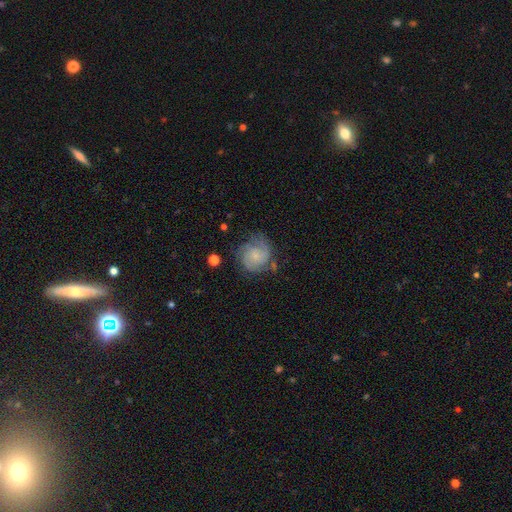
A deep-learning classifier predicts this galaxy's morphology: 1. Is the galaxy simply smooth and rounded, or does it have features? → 71% featured or disk, 22% smooth, 7% star or artifact.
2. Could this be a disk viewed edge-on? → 98% no, 2% yes.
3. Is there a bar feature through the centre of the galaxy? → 72% no, 25% weak, 3% strong.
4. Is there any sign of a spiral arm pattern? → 93% yes, 7% no.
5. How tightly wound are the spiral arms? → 50% tight, 38% medium, 12% loose.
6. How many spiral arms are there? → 37% 2, 25% 3, 22% can't tell, 6% 4, 5% 1, 4% more than 4.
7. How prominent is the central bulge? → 53% small, 25% none, 17% moderate, 3% large, 1% dominant.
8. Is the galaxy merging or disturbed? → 64% none, 21% minor disturbance, 12% major disturbance, 3% merger.